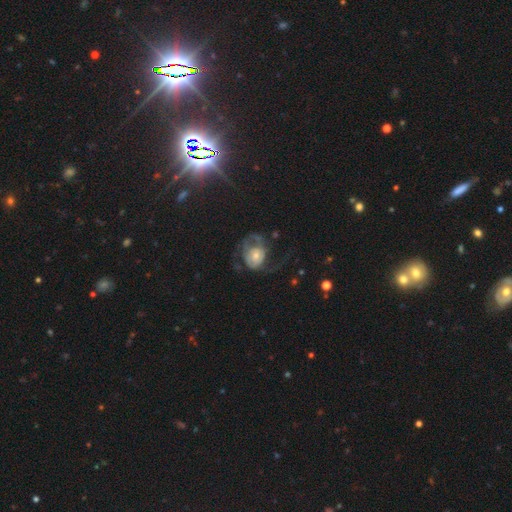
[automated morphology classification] type=featured or disk (58%); edge-on=no (97%); bar=no (81%); spiral arms=yes (60%); bulge=moderate (45%); merging=major disturbance (51%).